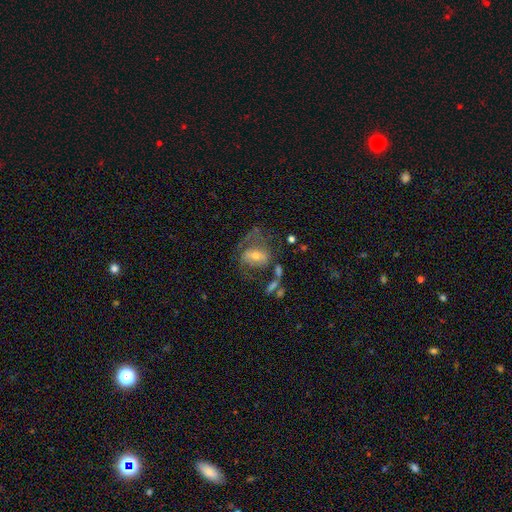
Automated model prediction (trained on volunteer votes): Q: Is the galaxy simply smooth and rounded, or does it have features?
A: featured or disk — 59%.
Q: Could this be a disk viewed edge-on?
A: no — 94%.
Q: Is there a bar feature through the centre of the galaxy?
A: no — 39%.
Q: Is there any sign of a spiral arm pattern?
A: yes — 59%.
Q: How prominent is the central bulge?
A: moderate — 53%.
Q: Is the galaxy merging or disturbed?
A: none — 38%.